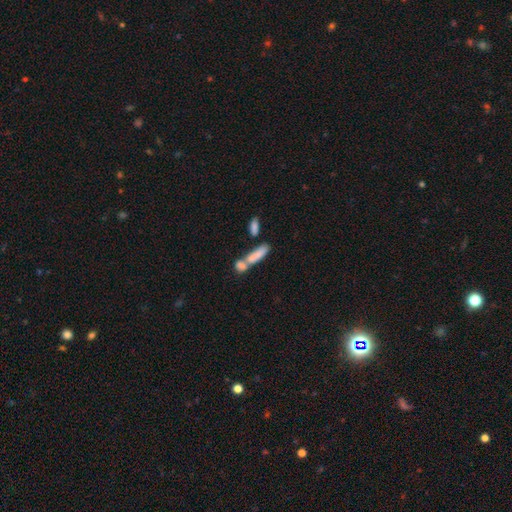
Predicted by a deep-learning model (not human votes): Smooth or featured: smooth — 75% (featured or disk — 17%)
How rounded: cigar-shaped — 56% (in between — 40%)
Merging: merger — 51% (none — 33%)